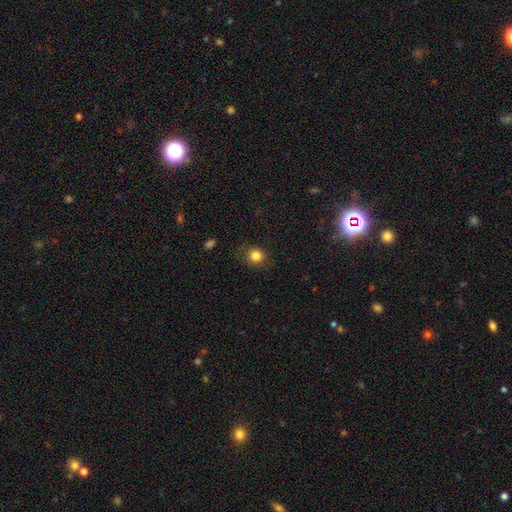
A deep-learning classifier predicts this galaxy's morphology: Q: Smooth or featured?
A: smooth (83%); runner-up: star or artifact (12%)
Q: How rounded?
A: round (81%); runner-up: in between (18%)
Q: Merging?
A: none (81%); runner-up: minor disturbance (13%)